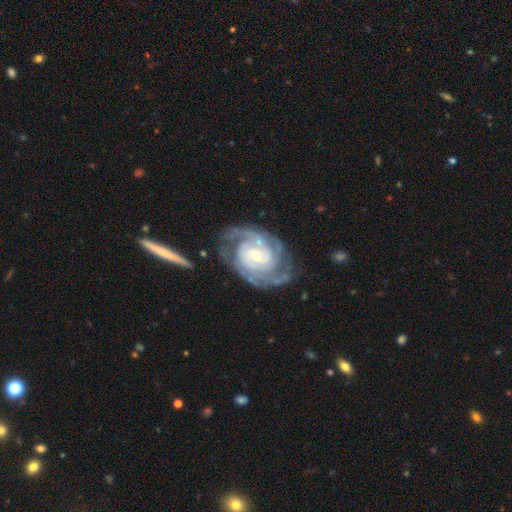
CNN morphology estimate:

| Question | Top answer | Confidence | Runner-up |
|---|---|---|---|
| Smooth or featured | featured or disk | 91% | smooth (5%) |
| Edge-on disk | no | 97% | yes (3%) |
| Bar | no | 52% | weak (35%) |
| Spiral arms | yes | 98% | no (2%) |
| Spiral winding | tight | 69% | medium (26%) |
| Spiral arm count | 2 | 49% | 3 (19%) |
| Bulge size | small | 65% | moderate (30%) |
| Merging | none | 73% | minor disturbance (16%) |